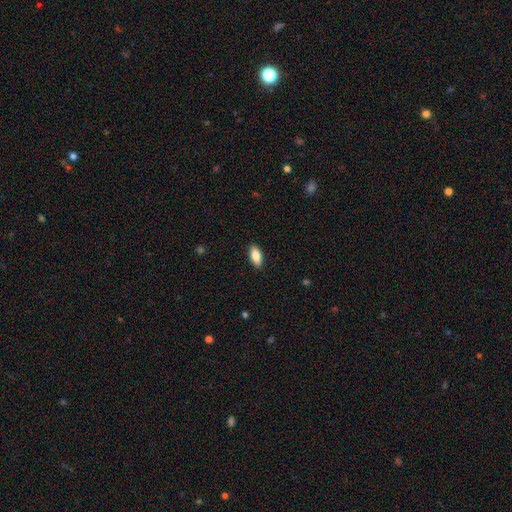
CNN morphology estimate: Smooth or featured?
  - smooth: 86% *
  - featured or disk: 8%
  - star or artifact: 7%
How rounded?
  - in between: 88% *
  - cigar-shaped: 9%
  - round: 2%
Merging?
  - none: 90% *
  - minor disturbance: 8%
  - major disturbance: 2%
  - merger: 1%